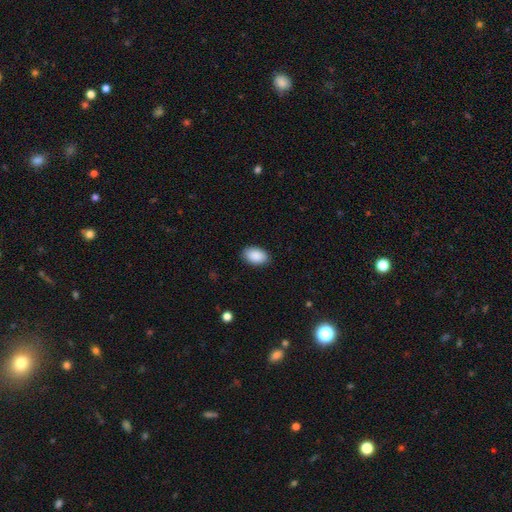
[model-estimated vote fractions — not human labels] Smooth or featured? Predicted: smooth (p=0.90). How rounded? Predicted: in between (p=0.92). Merging? Predicted: none (p=0.87).